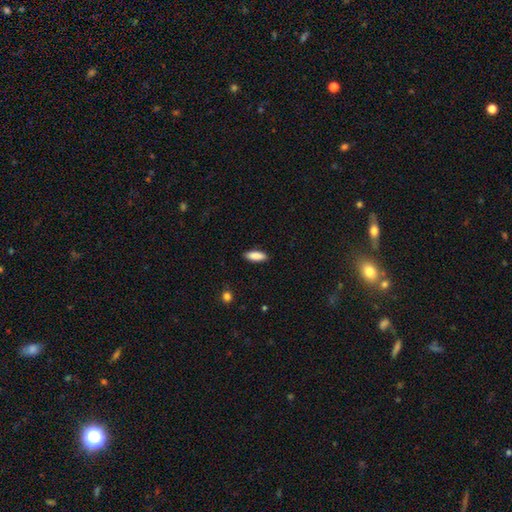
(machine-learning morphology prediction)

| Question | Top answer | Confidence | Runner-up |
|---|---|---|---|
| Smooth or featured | smooth | 89% | star or artifact (6%) |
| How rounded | in between | 70% | cigar-shaped (28%) |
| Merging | none | 89% | minor disturbance (8%) |